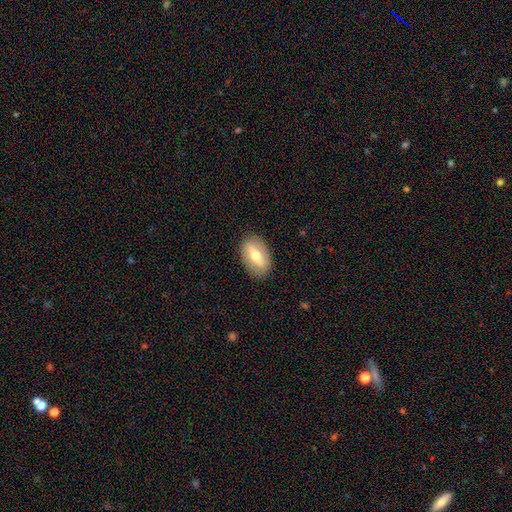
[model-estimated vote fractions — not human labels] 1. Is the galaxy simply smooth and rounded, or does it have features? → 47% smooth, 46% featured or disk, 6% star or artifact.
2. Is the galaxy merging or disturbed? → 86% none, 10% minor disturbance, 3% major disturbance, 1% merger.